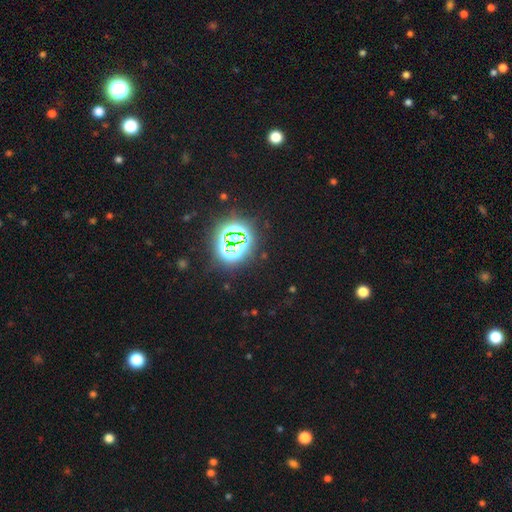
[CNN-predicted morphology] This is clearly a star or artifact rather than a galaxy (85%).